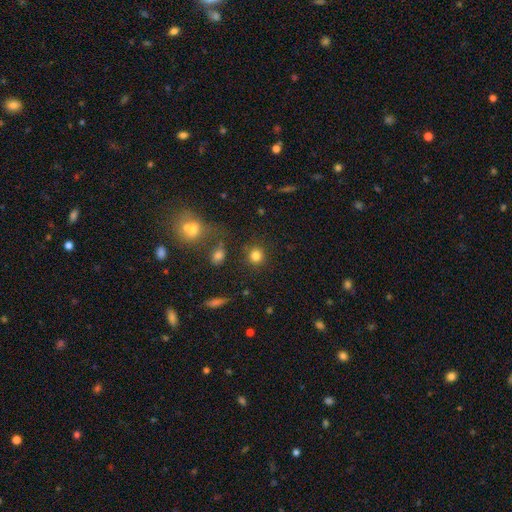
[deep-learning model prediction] Smooth or featured? smooth (82%)
How rounded? round (89%)
Merging? none (84%)